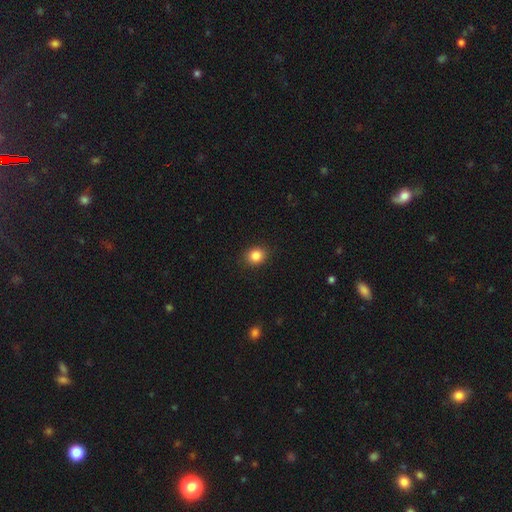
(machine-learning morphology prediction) A smooth galaxy with no disk features (85%) that is round (69%).

Vote fractions:
- Smooth or featured? smooth: 85% / star or artifact: 10% / featured or disk: 4%
- How rounded? round: 69% / in between: 30% / cigar-shaped: 1%
- Merging? none: 90% / minor disturbance: 7% / major disturbance: 2% / merger: 1%